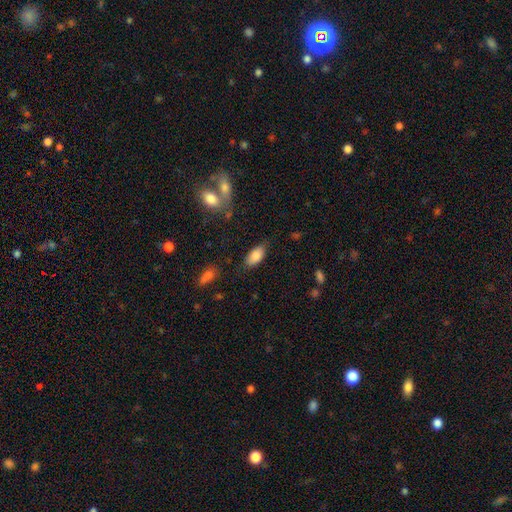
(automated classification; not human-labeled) Q: Smooth or featured?
A: smooth (85%); runner-up: featured or disk (8%)
Q: How rounded?
A: in between (91%); runner-up: cigar-shaped (7%)
Q: Merging?
A: none (77%); runner-up: minor disturbance (17%)